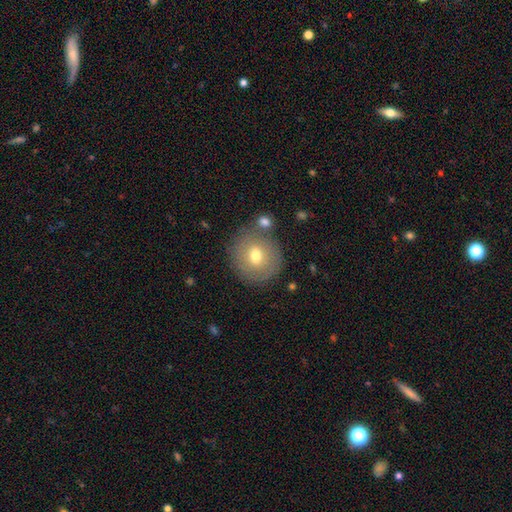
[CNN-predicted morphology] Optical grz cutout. It shows a smooth galaxy with no disk features (68%) that is round (87%). Merging: none (75%).